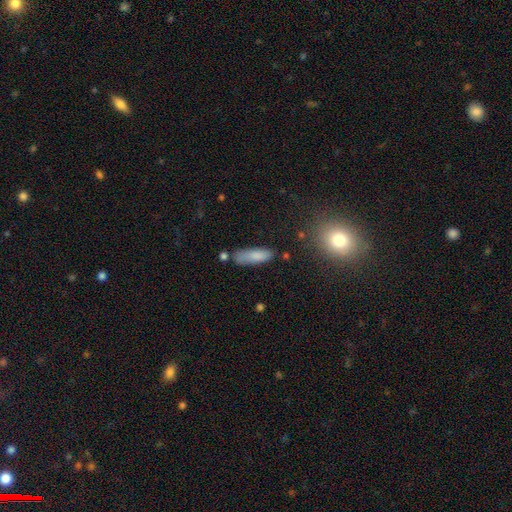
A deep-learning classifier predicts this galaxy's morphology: smooth_or_featured: smooth (p=0.83) [alt: featured or disk p=0.10]
how_rounded: cigar-shaped (p=0.50) [alt: in between p=0.48]
merging: none (p=0.71) [alt: minor disturbance p=0.19]